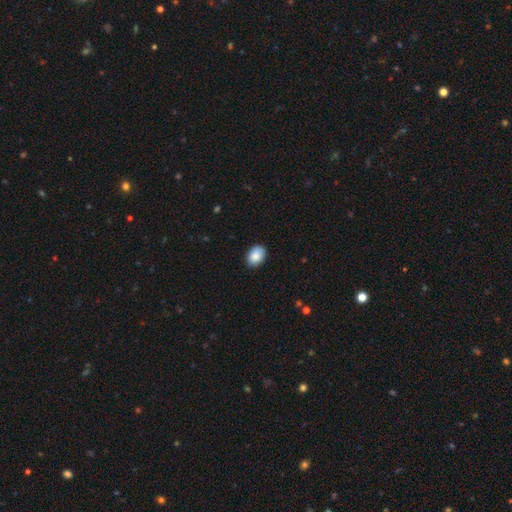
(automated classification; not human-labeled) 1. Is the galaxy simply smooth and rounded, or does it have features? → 88% smooth, 7% star or artifact, 4% featured or disk.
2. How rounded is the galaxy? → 77% in between, 22% round, 1% cigar-shaped.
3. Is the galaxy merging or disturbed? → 87% none, 10% minor disturbance, 2% major disturbance, 1% merger.